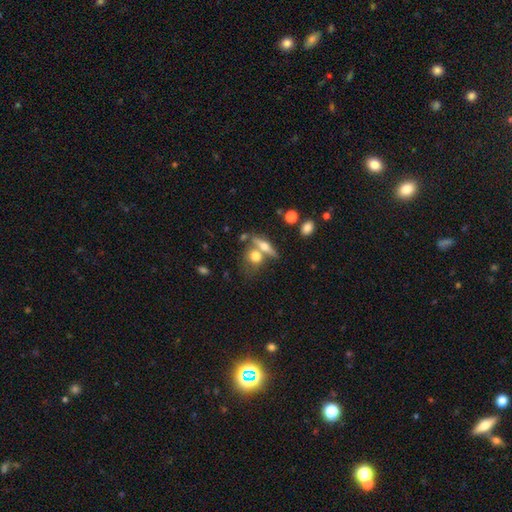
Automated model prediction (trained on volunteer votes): smooth 58%, featured or disk 32%, star or artifact 10%. Down the decision tree: how rounded — round (44%); merging — none (48%).